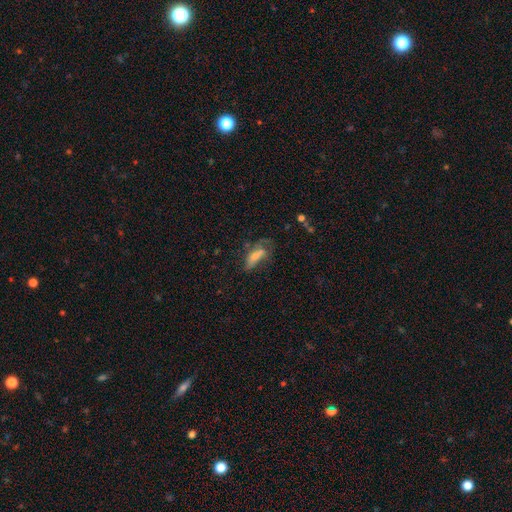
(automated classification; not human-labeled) A smooth galaxy with no disk features (65%) that is in between round and cigar-shaped (60%).

Vote fractions:
- Smooth or featured? smooth: 65% / featured or disk: 24% / star or artifact: 11%
- How rounded? in between: 60% / cigar-shaped: 37% / round: 3%
- Merging? none: 34% / major disturbance: 31% / minor disturbance: 27% / merger: 8%